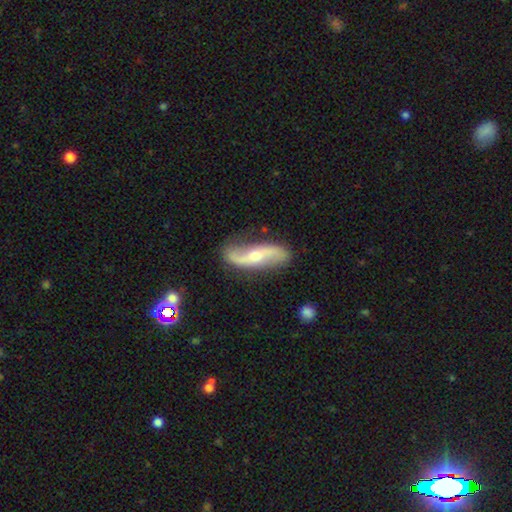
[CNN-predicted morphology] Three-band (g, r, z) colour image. It shows a featured or disk galaxy (82%) with no bar (50%), 2 (92%) loose (83%) spiral arms (94%) and a moderate central bulge (51%). Merging: none (77%).